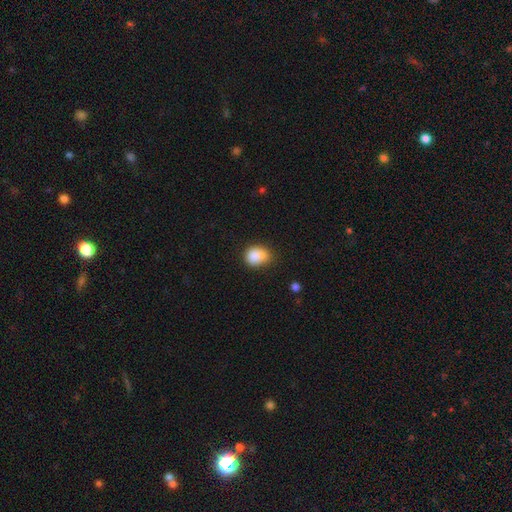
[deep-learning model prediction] smooth 86%, star or artifact 9%, featured or disk 5%. Down the decision tree: how rounded — in between (57%); merging — none (57%).